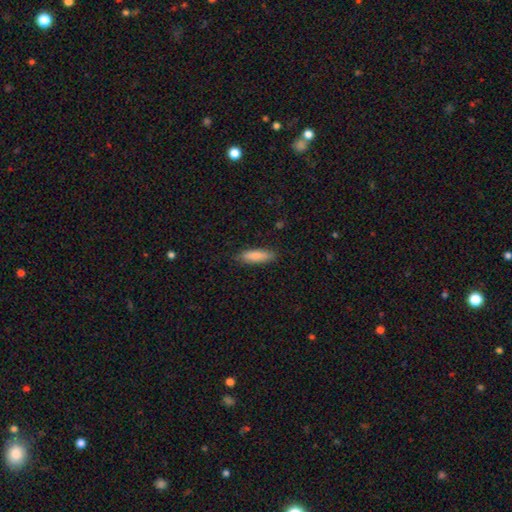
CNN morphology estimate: This is clearly a smooth galaxy (84%). How rounded: possibly cigar-shaped (56%). Merging: clearly none (85%).